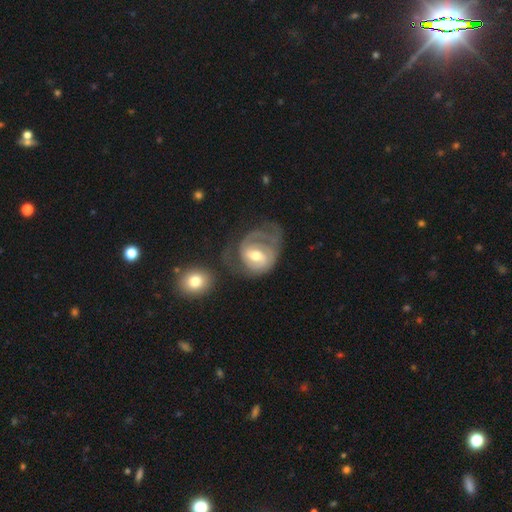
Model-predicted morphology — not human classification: Smooth or featured? Predicted: featured or disk (p=0.82). Edge-on disk? Predicted: no (p=0.97). Bar? Predicted: weak (p=0.52). Spiral arms? Predicted: yes (p=0.91). Spiral winding? Predicted: tight (p=0.51). Spiral arm count? Predicted: 2 (p=0.51). Bulge size? Predicted: moderate (p=0.69). Merging? Predicted: none (p=0.41).